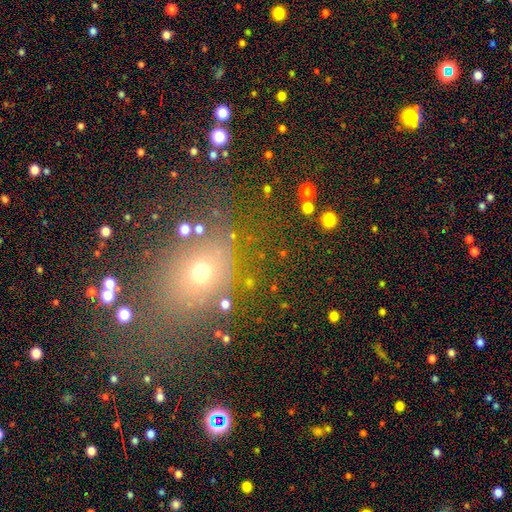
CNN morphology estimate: smooth_or_featured: smooth (p=0.54) [alt: star or artifact p=0.33]
how_rounded: round (p=0.52) [alt: in between p=0.46]
merging: none (p=0.73) [alt: minor disturbance p=0.14]